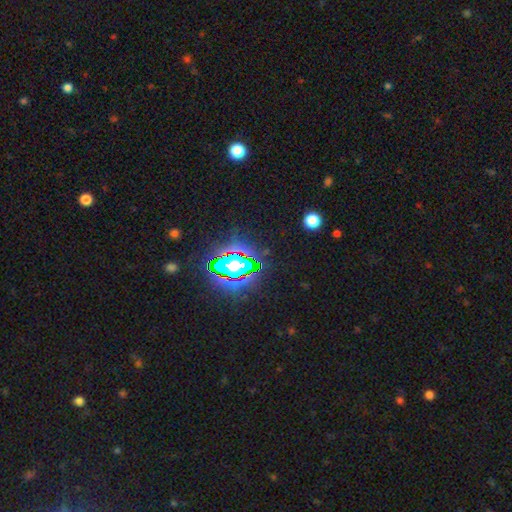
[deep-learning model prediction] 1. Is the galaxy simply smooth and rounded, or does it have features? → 83% star or artifact, 10% smooth, 7% featured or disk.